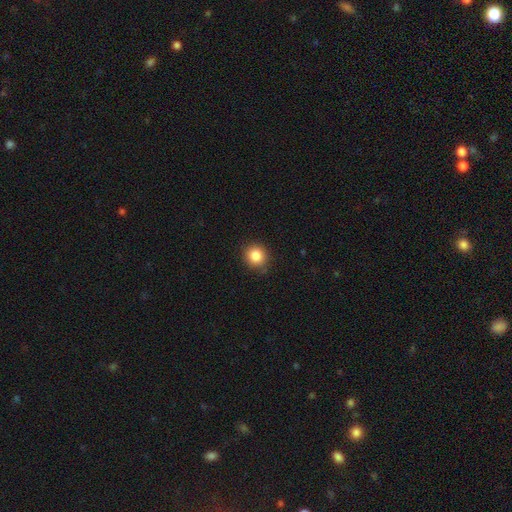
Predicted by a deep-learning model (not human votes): Smooth or featured? Predicted: smooth (p=0.86). How rounded? Predicted: round (p=0.88). Merging? Predicted: none (p=0.87).